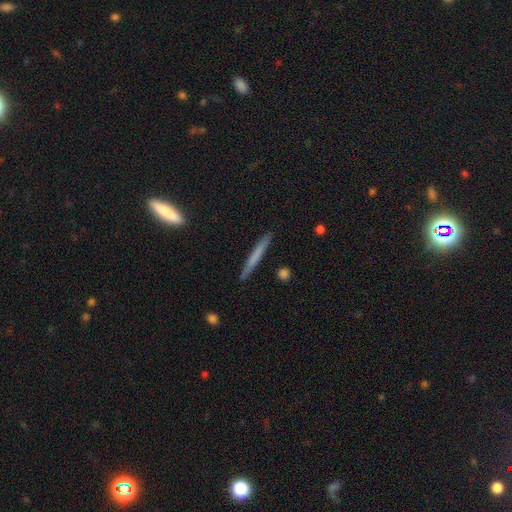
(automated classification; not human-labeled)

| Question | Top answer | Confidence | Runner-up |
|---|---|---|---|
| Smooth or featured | smooth | 60% | featured or disk (34%) |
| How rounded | cigar-shaped | 96% | in between (2%) |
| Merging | none | 90% | minor disturbance (7%) |